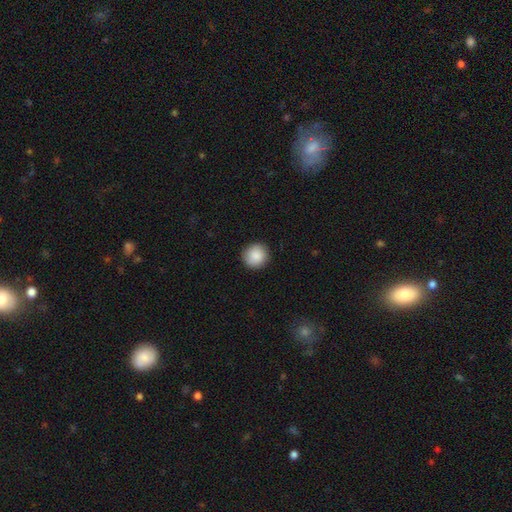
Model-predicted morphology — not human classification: This is clearly a smooth galaxy (88%). How rounded: clearly round (93%). Merging: clearly none (90%).